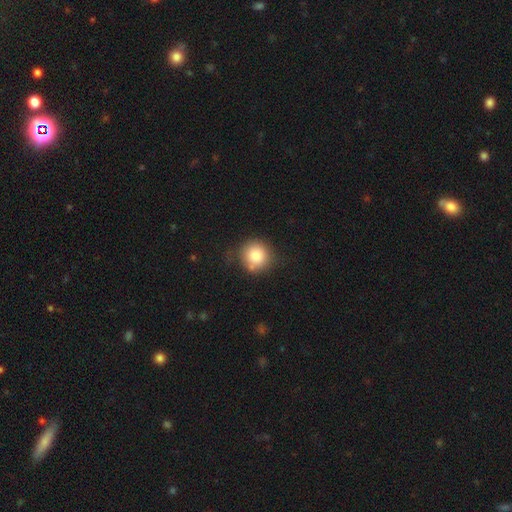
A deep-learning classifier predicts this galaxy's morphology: smooth 82%, star or artifact 9%, featured or disk 9%. Down the decision tree: how rounded — round (92%); merging — none (74%).